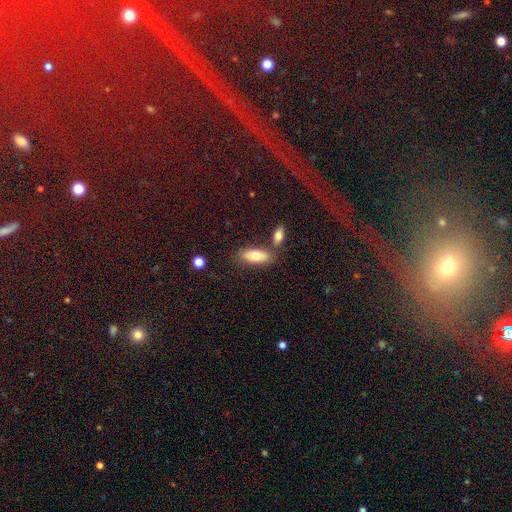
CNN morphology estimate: smooth-or-featured: smooth: 75% | featured or disk: 19% | star or artifact: 7%
  how-rounded: in between: 81% | cigar-shaped: 17% | round: 3%
  merging: none: 68% | merger: 17% | minor disturbance: 12% | major disturbance: 3%